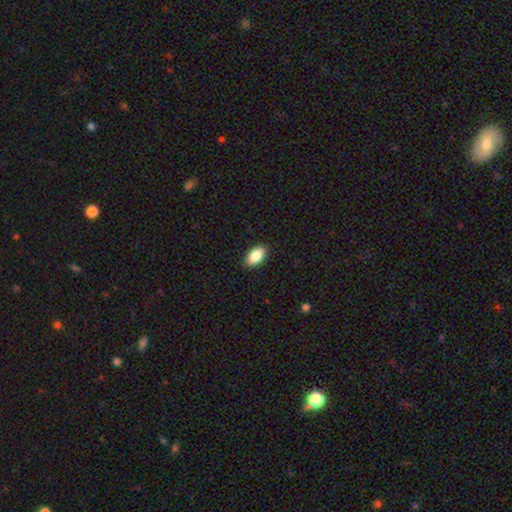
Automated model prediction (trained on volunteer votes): smooth-or-featured: smooth: 86% | featured or disk: 7% | star or artifact: 7%
  how-rounded: in between: 94% | round: 4% | cigar-shaped: 2%
  merging: none: 89% | minor disturbance: 8% | major disturbance: 2% | merger: 1%